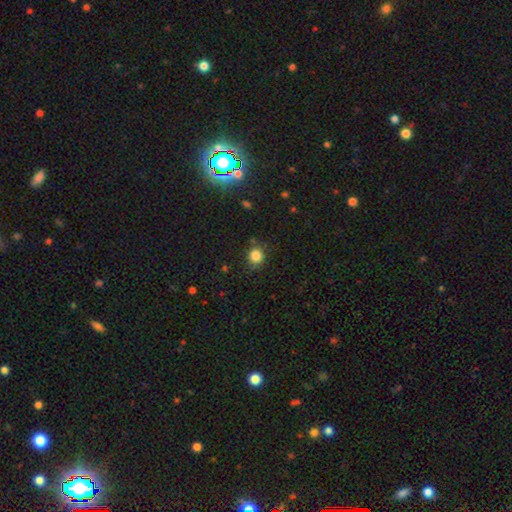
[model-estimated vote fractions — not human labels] Smooth or featured?
  - smooth: 83% *
  - star or artifact: 12%
  - featured or disk: 5%
How rounded?
  - round: 86% *
  - in between: 13%
  - cigar-shaped: 1%
Merging?
  - none: 81% *
  - minor disturbance: 13%
  - major disturbance: 3%
  - merger: 3%